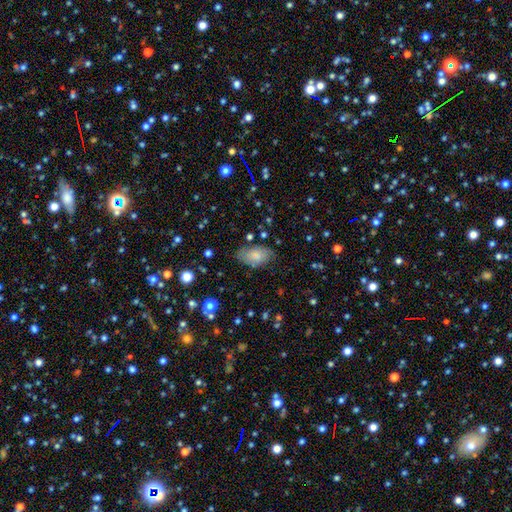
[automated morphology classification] smooth-or-featured: smooth: 76% | featured or disk: 17% | star or artifact: 8%
  how-rounded: in between: 94% | round: 4% | cigar-shaped: 2%
  merging: none: 74% | minor disturbance: 19% | major disturbance: 5% | merger: 2%